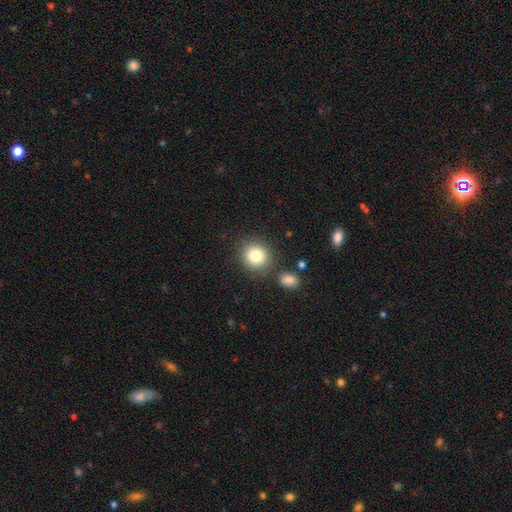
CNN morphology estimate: A smooth galaxy with no disk features (81%) that is round (86%). Merging: none (81%).